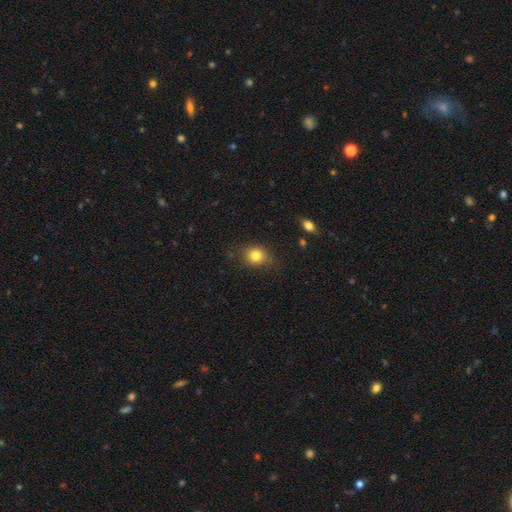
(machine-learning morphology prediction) smooth-or-featured: smooth: 80% | star or artifact: 12% | featured or disk: 8%
  how-rounded: round: 73% | in between: 26% | cigar-shaped: 1%
  merging: none: 78% | minor disturbance: 17% | major disturbance: 4% | merger: 2%